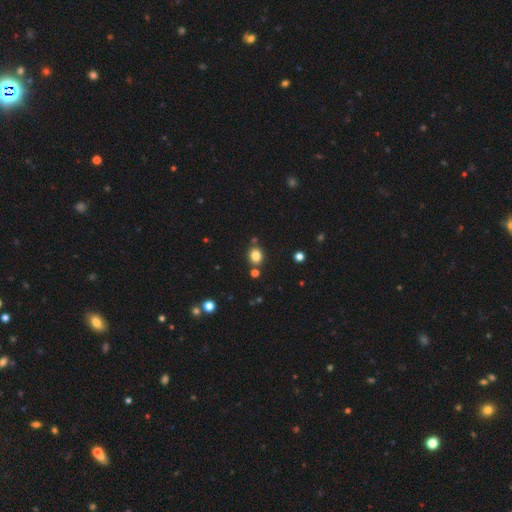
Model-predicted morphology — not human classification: This is clearly a smooth galaxy (82%). How rounded: possibly round (56%). Merging: likely none (79%).